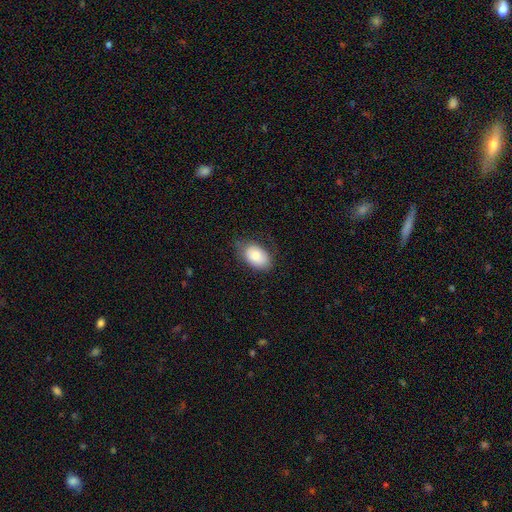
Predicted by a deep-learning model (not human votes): smooth 83%, featured or disk 10%, star or artifact 7%. Down the decision tree: how rounded — in between (90%); merging — none (71%).